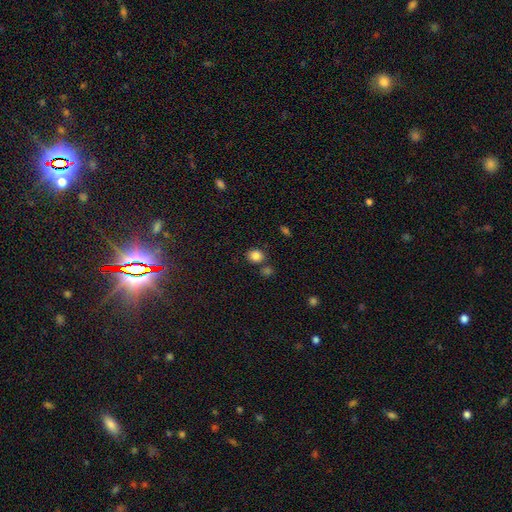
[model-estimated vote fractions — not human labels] Smooth or featured?
  - smooth: 84% *
  - star or artifact: 11%
  - featured or disk: 5%
How rounded?
  - round: 65% *
  - in between: 34%
  - cigar-shaped: 1%
Merging?
  - none: 73% *
  - merger: 13%
  - minor disturbance: 11%
  - major disturbance: 3%